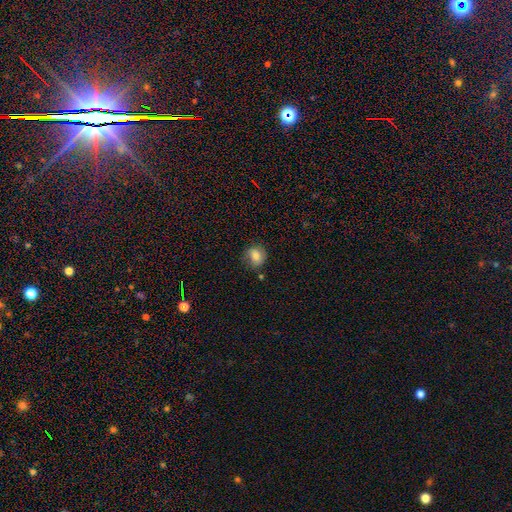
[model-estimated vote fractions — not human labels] The model was most divided on "how rounded": round: 71%, in between: 28%, cigar-shaped: 1%. More confident: smooth or featured — smooth (80%); merging — none (73%).